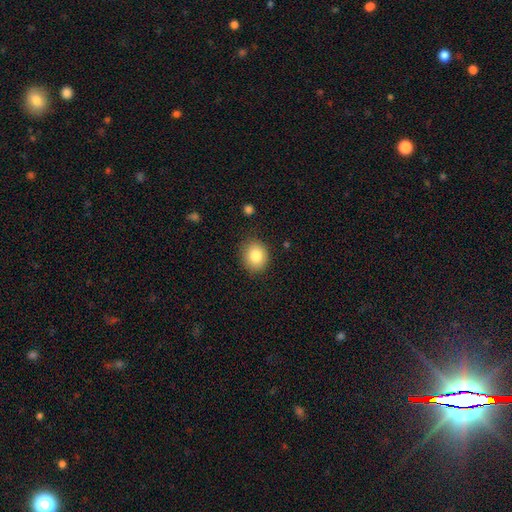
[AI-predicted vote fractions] smooth-or-featured: smooth: 84% | star or artifact: 9% | featured or disk: 8%
  how-rounded: round: 68% | in between: 32% | cigar-shaped: 1%
  merging: none: 85% | minor disturbance: 11% | major disturbance: 3% | merger: 1%